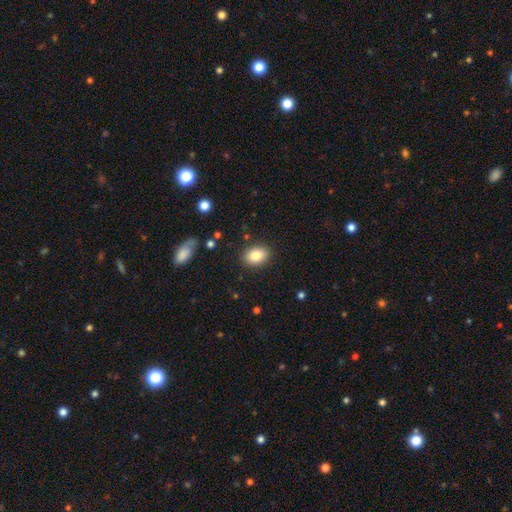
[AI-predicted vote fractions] Morphology: type=smooth (83%); roundness=in between (74%); merging=none (88%).